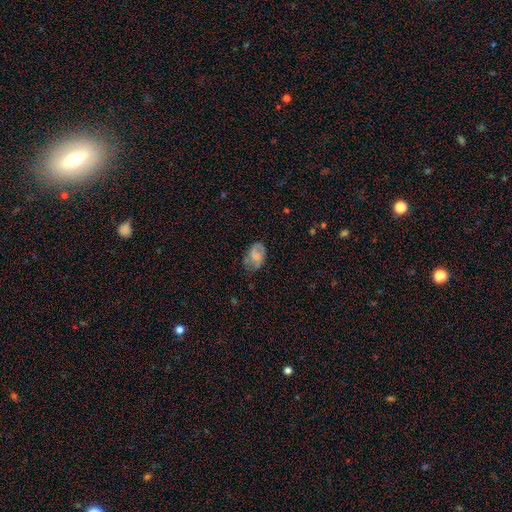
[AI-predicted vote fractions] smooth 60%, featured or disk 32%, star or artifact 9%. Down the decision tree: how rounded — in between (86%); merging — none (55%).